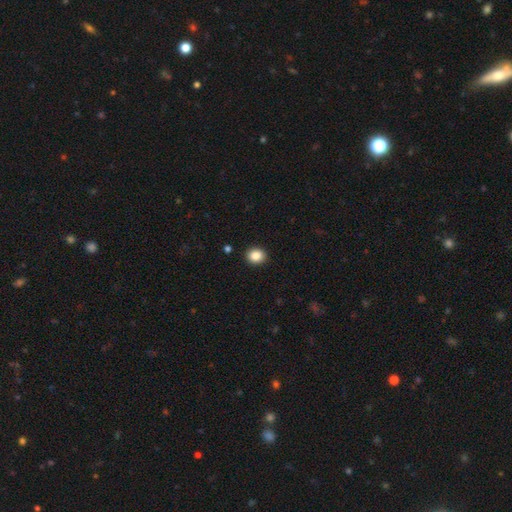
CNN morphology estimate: Smooth or featured?
  - smooth: 86% *
  - star or artifact: 9%
  - featured or disk: 4%
How rounded?
  - round: 72% *
  - in between: 27%
  - cigar-shaped: 1%
Merging?
  - none: 92% *
  - minor disturbance: 5%
  - major disturbance: 2%
  - merger: 1%